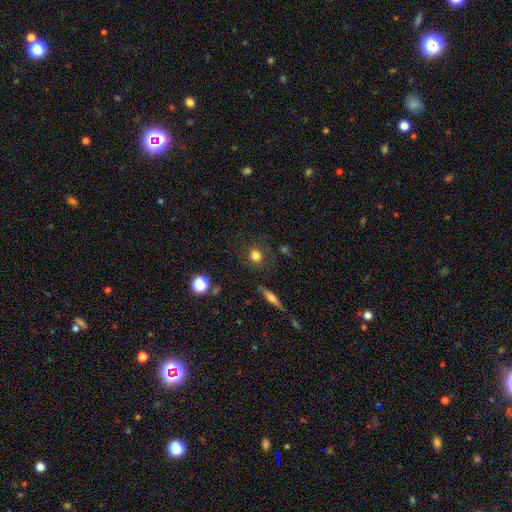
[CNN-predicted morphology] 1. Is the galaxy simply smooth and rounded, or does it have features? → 76% smooth, 13% star or artifact, 11% featured or disk.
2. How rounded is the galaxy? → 86% round, 12% in between, 2% cigar-shaped.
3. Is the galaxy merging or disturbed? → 82% none, 11% minor disturbance, 4% major disturbance, 2% merger.